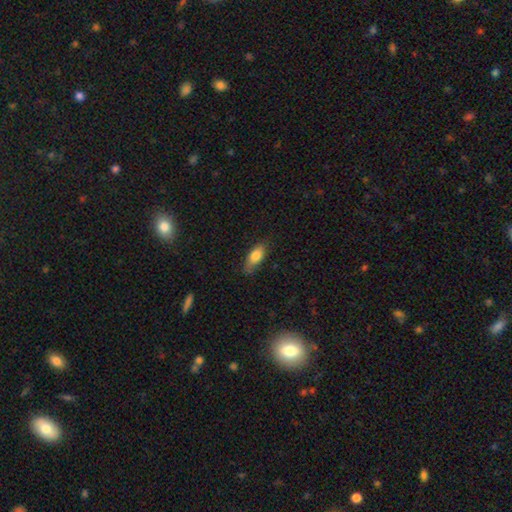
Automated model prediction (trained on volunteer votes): Smooth or featured?
  - smooth: 78% *
  - featured or disk: 15%
  - star or artifact: 7%
How rounded?
  - in between: 77% *
  - cigar-shaped: 20%
  - round: 3%
Merging?
  - none: 71% *
  - minor disturbance: 23%
  - major disturbance: 5%
  - merger: 1%